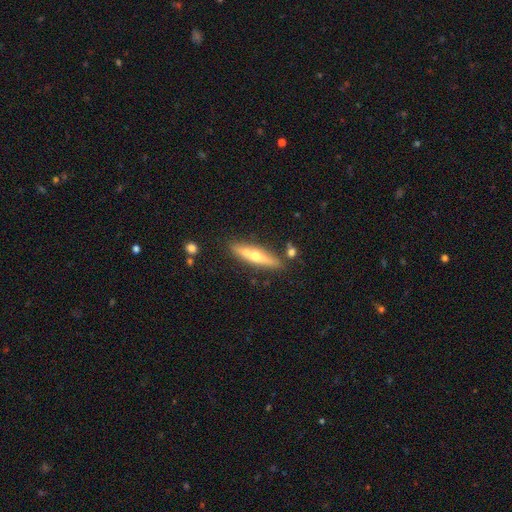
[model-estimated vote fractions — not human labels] A featured or disk galaxy (53%) viewed edge-on (84%).

Vote fractions:
- Smooth or featured? featured or disk: 53% / smooth: 41% / star or artifact: 7%
- Edge-on disk? yes: 84% / no: 16%
- Merging? none: 66% / merger: 18% / minor disturbance: 13% / major disturbance: 4%